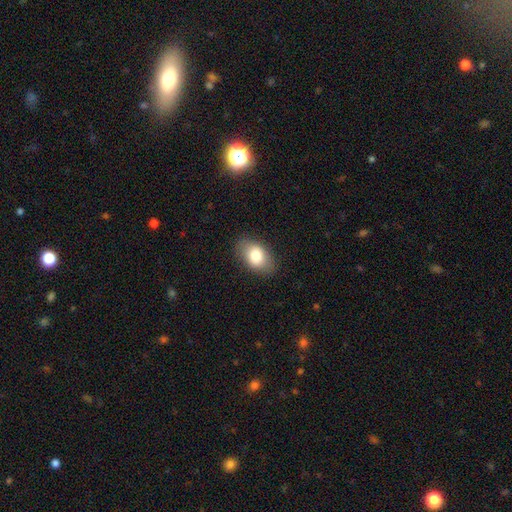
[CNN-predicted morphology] Smooth or featured? smooth (80%)
How rounded? in between (89%)
Merging? none (84%)